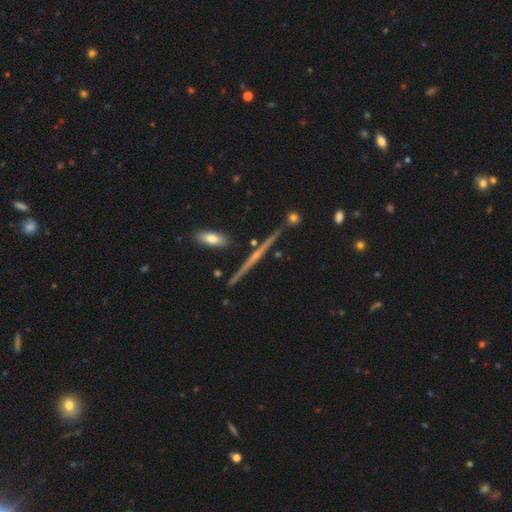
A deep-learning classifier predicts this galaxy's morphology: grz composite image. It shows a featured or disk galaxy (76%) viewed edge-on (98%) with no central bulge (46%). Merging: none (86%).